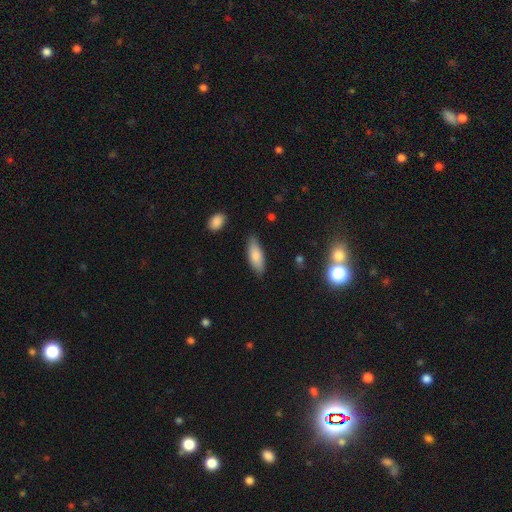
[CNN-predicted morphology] smooth_or_featured: smooth (p=0.81) [alt: featured or disk p=0.12]
how_rounded: in between (p=0.70) [alt: cigar-shaped p=0.28]
merging: none (p=0.80) [alt: minor disturbance p=0.16]